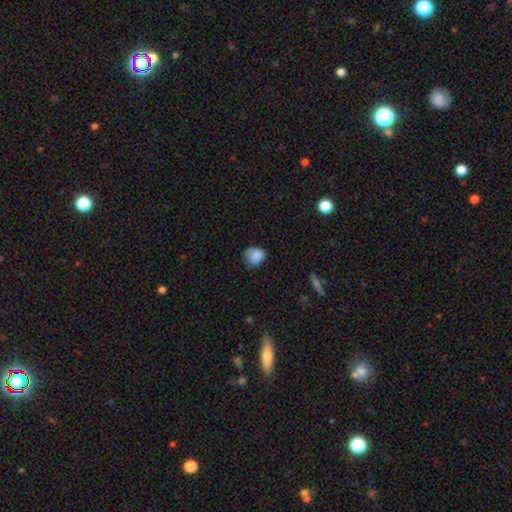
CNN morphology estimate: type=smooth (81%); roundness=round (63%); merging=none (56%).